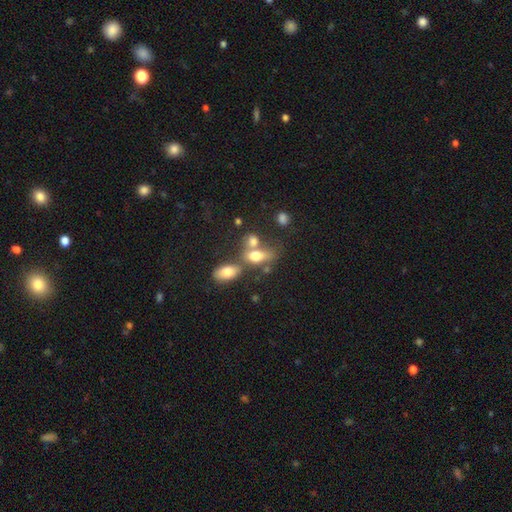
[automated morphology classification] Smooth or featured: smooth — 69% (featured or disk — 20%)
How rounded: in between — 78% (round — 14%)
Merging: merger — 47% (none — 32%)